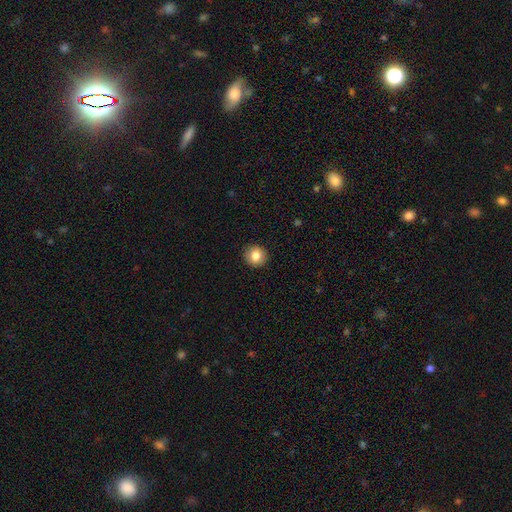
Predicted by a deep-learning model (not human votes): Smooth or featured? smooth (82%)
How rounded? round (90%)
Merging? none (92%)